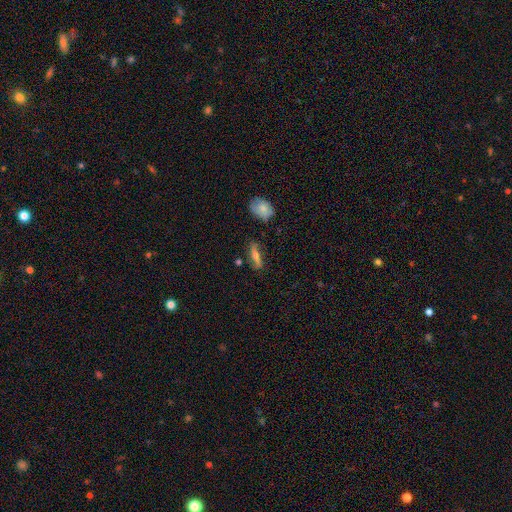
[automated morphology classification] Smooth or featured?
  - smooth: 46% *
  - featured or disk: 45%
  - star or artifact: 9%
Merging?
  - none: 71% *
  - minor disturbance: 19%
  - major disturbance: 6%
  - merger: 4%